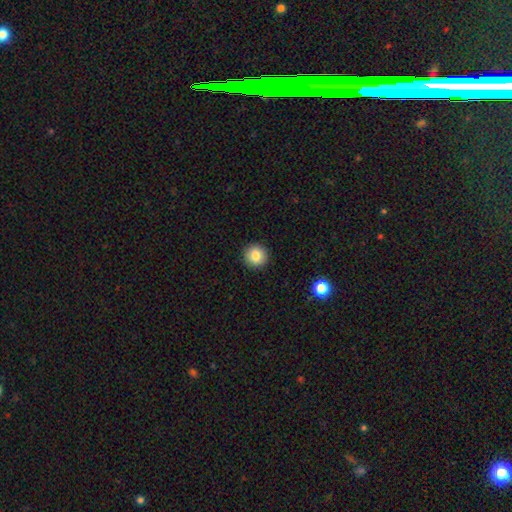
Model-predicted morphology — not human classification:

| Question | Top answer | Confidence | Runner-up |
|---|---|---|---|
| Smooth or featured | smooth | 84% | star or artifact (9%) |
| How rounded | round | 94% | in between (5%) |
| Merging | none | 92% | minor disturbance (5%) |